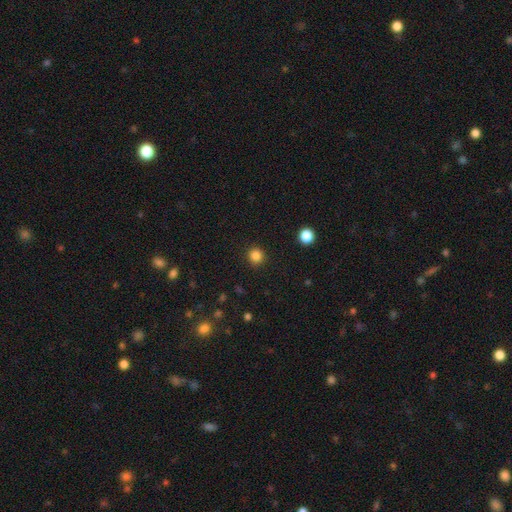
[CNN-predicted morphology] A smooth galaxy with no disk features (84%) that is round (92%).

Vote fractions:
- Smooth or featured? smooth: 84% / star or artifact: 13% / featured or disk: 3%
- How rounded? round: 92% / in between: 7% / cigar-shaped: 1%
- Merging? none: 91% / minor disturbance: 6% / major disturbance: 2% / merger: 1%